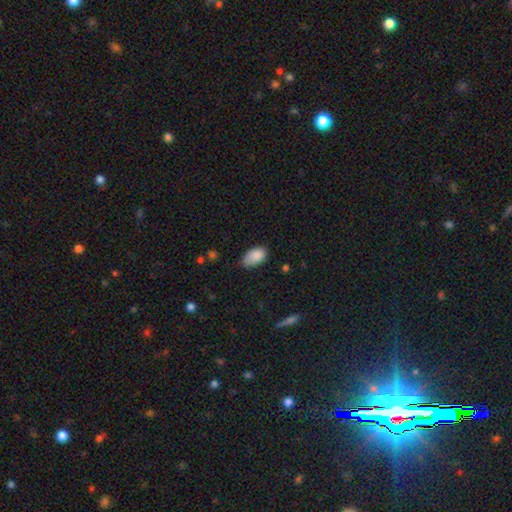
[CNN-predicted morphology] smooth 87%, star or artifact 7%, featured or disk 5%. Down the decision tree: how rounded — in between (94%); merging — none (62%).